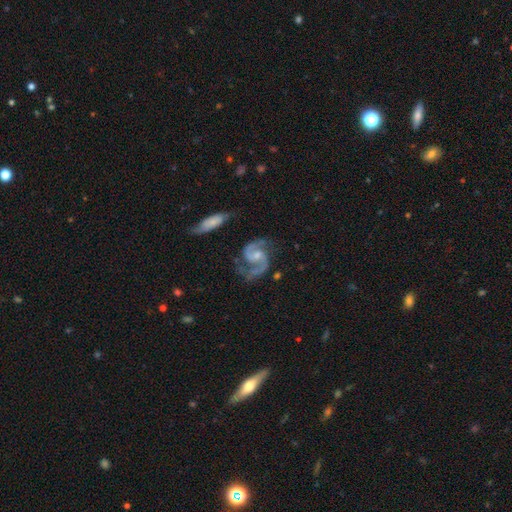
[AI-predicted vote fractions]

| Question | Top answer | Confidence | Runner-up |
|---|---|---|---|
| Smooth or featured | featured or disk | 92% | star or artifact (4%) |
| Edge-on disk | no | 98% | yes (2%) |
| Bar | no | 50% | weak (40%) |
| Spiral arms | yes | 98% | no (2%) |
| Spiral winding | medium | 64% | loose (20%) |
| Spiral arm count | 2 | 94% | can't tell (2%) |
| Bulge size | small | 45% | moderate (41%) |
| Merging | none | 69% | minor disturbance (18%) |